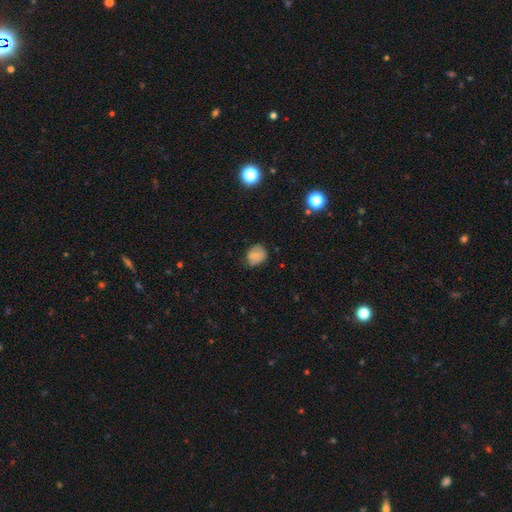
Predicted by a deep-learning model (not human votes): smooth-or-featured: smooth: 78% | star or artifact: 11% | featured or disk: 11%
  how-rounded: round: 63% | in between: 36% | cigar-shaped: 1%
  merging: none: 60% | minor disturbance: 31% | major disturbance: 7% | merger: 2%